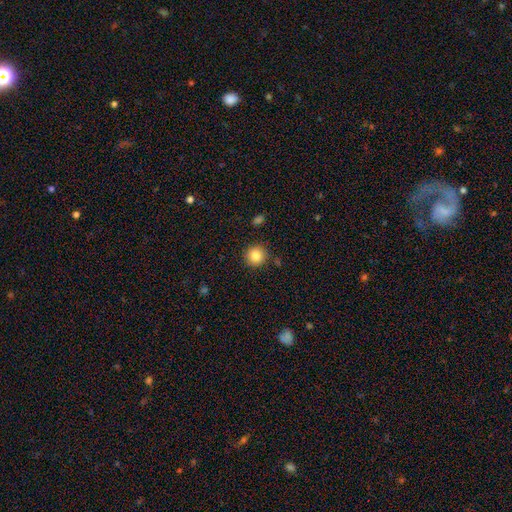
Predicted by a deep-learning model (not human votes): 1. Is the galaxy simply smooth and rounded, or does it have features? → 84% smooth, 10% star or artifact, 6% featured or disk.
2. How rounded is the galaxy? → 94% round, 5% in between, 1% cigar-shaped.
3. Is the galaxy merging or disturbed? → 89% none, 7% minor disturbance, 2% merger, 2% major disturbance.